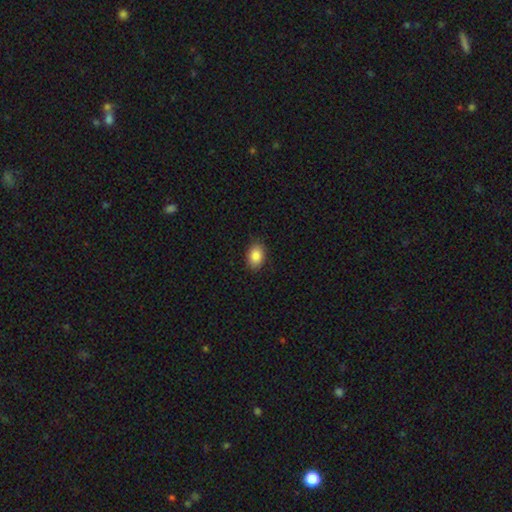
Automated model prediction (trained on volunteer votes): smooth-or-featured: smooth: 87% | star or artifact: 8% | featured or disk: 5%
  how-rounded: in between: 81% | round: 18% | cigar-shaped: 1%
  merging: none: 86% | minor disturbance: 11% | major disturbance: 2% | merger: 1%